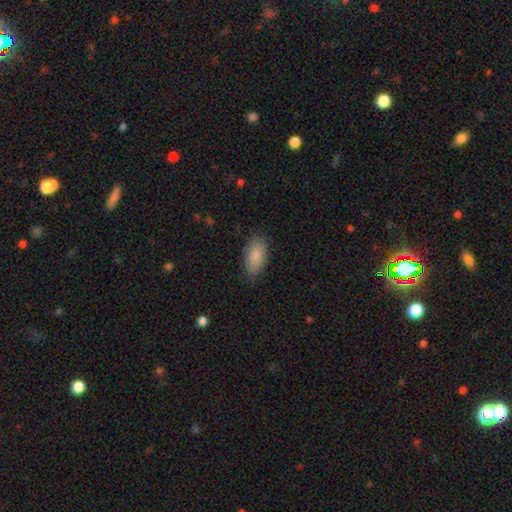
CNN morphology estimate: A smooth galaxy with no disk features (88%) that is in between round and cigar-shaped (92%).

Vote fractions:
- Smooth or featured? smooth: 88% / star or artifact: 6% / featured or disk: 6%
- How rounded? in between: 92% / cigar-shaped: 6% / round: 2%
- Merging? none: 84% / minor disturbance: 12% / major disturbance: 3% / merger: 1%